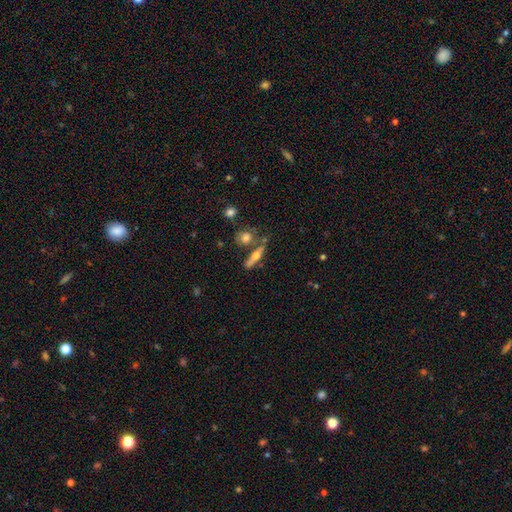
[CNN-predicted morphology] smooth-or-featured: featured or disk: 55% | smooth: 37% | star or artifact: 8%
  disk-edge-on: yes: 92% | no: 8%
    edge-on-bulge: rounded: 93% | boxy: 4% | none: 4%
  merging: none: 66% | merger: 17% | minor disturbance: 12% | major disturbance: 5%